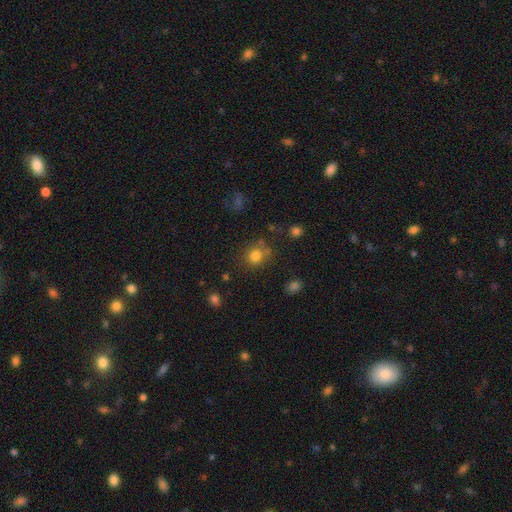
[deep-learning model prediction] Q: Smooth or featured?
A: smooth (79%); runner-up: star or artifact (14%)
Q: How rounded?
A: round (80%); runner-up: in between (19%)
Q: Merging?
A: none (71%); runner-up: minor disturbance (15%)